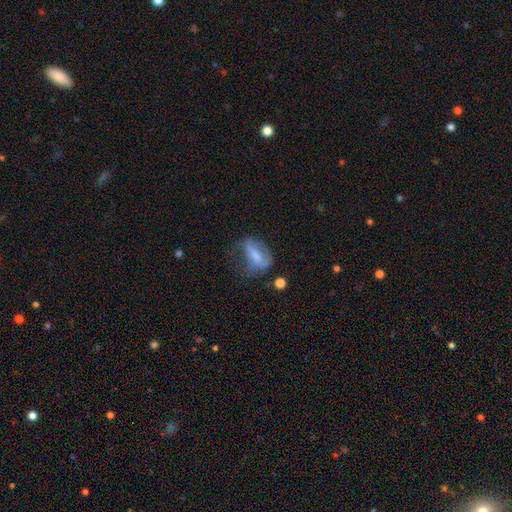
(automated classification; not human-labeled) Morphology: type=smooth (53%); roundness=in between (75%); merging=major disturbance (38%).